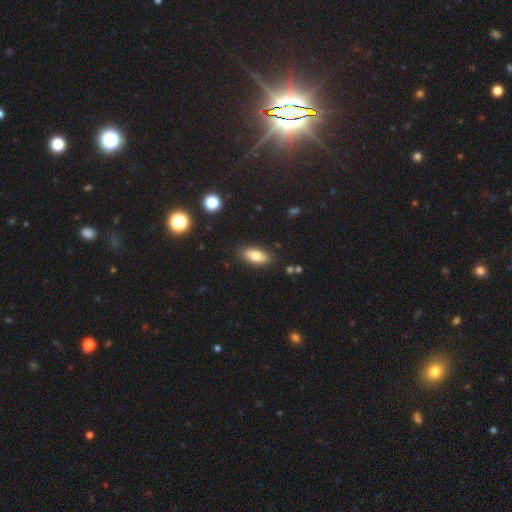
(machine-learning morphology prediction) Q: Smooth or featured?
A: smooth (79%); runner-up: featured or disk (14%)
Q: How rounded?
A: in between (84%); runner-up: cigar-shaped (13%)
Q: Merging?
A: none (86%); runner-up: minor disturbance (10%)